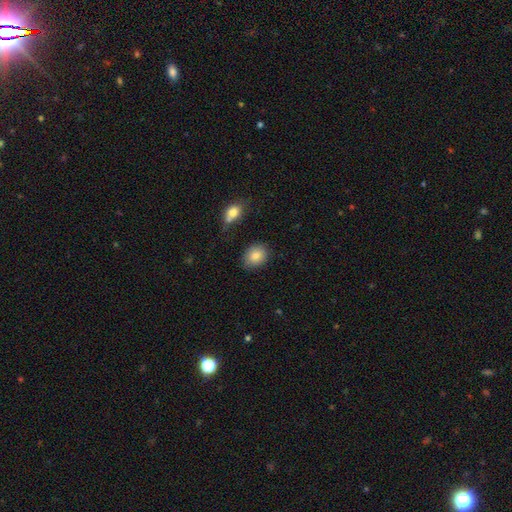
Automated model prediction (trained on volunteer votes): Morphology: type=smooth (83%); roundness=in between (52%); merging=none (80%).